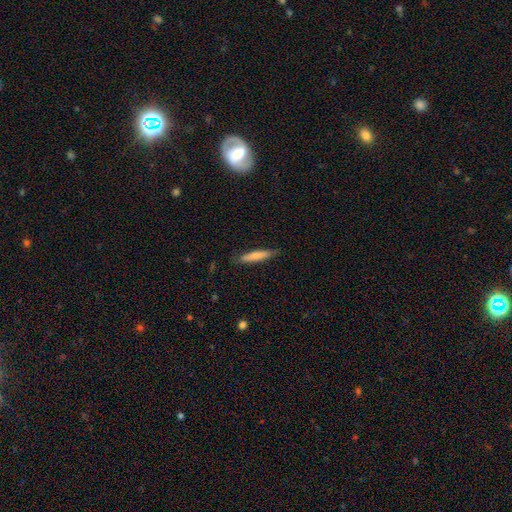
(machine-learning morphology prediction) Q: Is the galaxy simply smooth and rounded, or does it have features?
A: smooth — 72%.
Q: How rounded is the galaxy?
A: cigar-shaped — 88%.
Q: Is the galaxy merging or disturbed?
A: none — 84%.